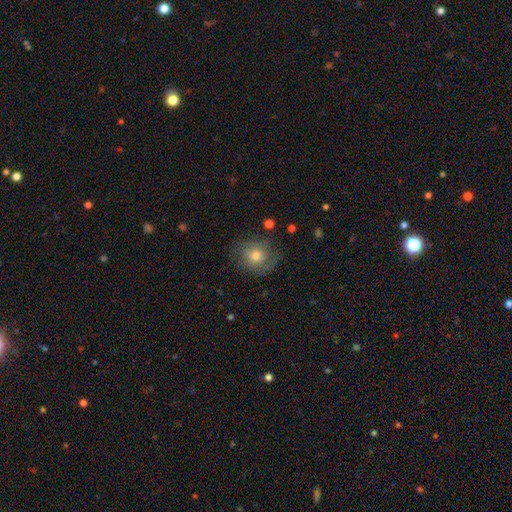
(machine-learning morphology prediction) Smooth or featured? Predicted: smooth (p=0.61). How rounded? Predicted: round (p=0.79). Merging? Predicted: none (p=0.72).